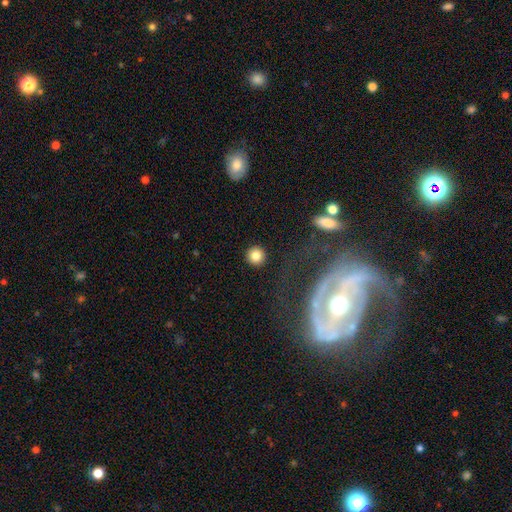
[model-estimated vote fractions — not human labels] This appears to be a smooth galaxy with no disk features (82%) that is round (95%). Merging: none (92%).